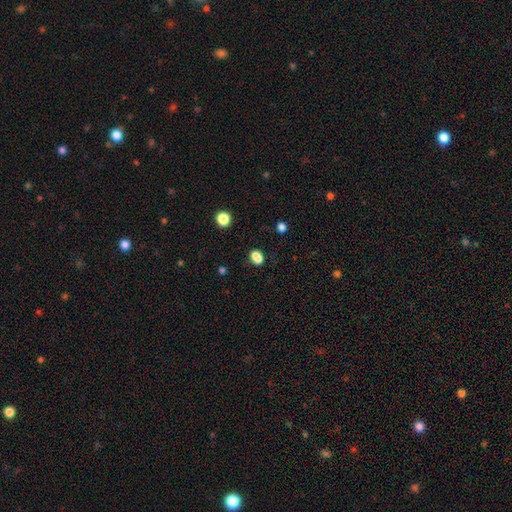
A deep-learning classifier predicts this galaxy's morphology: This appears to be a smooth galaxy with no disk features (82%) that is in between round and cigar-shaped (60%). Merging: none (72%).